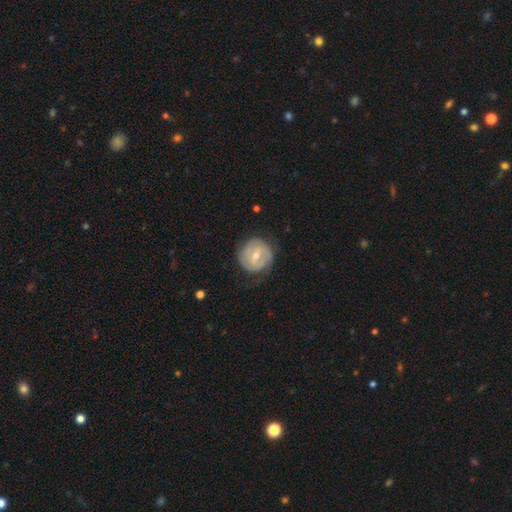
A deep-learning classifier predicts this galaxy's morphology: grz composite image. It shows a featured or disk galaxy (67%) with a weak bar (53%), spiral arms (76%) and a moderate central bulge (60%). Merging: none (71%).